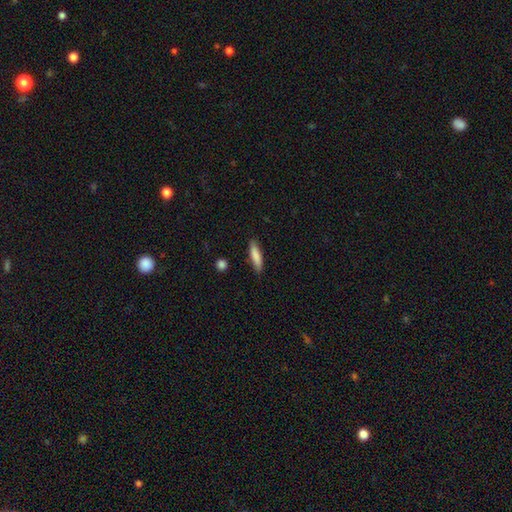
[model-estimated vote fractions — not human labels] Q: Smooth or featured?
A: smooth (84%); runner-up: featured or disk (10%)
Q: How rounded?
A: cigar-shaped (73%); runner-up: in between (25%)
Q: Merging?
A: none (84%); runner-up: minor disturbance (12%)